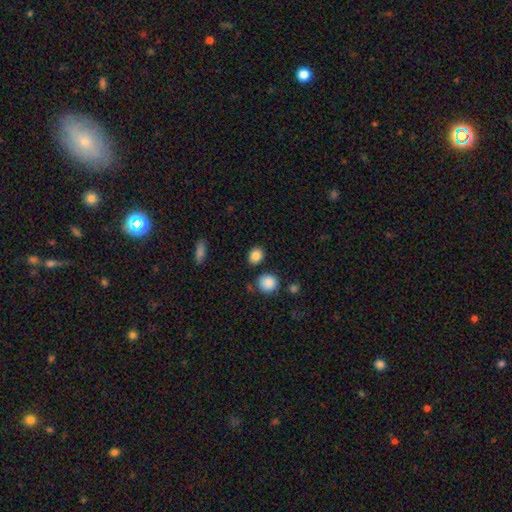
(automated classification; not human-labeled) Overall: smooth (86%). How rounded: round (55%; in between 44%). Merging: none (84%).